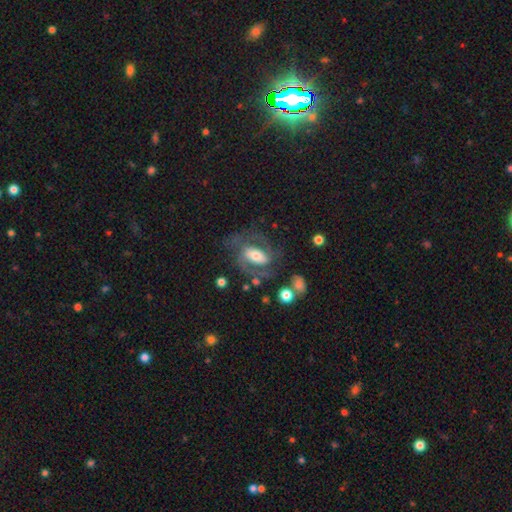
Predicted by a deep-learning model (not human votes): The model was most divided on "bar": strong: 38%, weak: 35%, no: 27%. More confident: edge-on disk — no (94%); spiral arms — yes (84%); spiral arm count — 2 (76%); smooth or featured — featured or disk (73%); merging — none (59%); bulge size — moderate (52%); spiral winding — medium (50%).